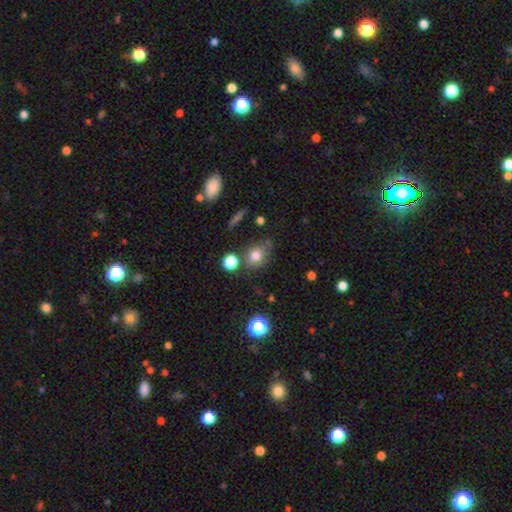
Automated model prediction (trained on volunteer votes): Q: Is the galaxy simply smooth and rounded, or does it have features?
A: smooth — 77%.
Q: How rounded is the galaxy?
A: round — 54%.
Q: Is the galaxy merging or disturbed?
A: none — 63%.